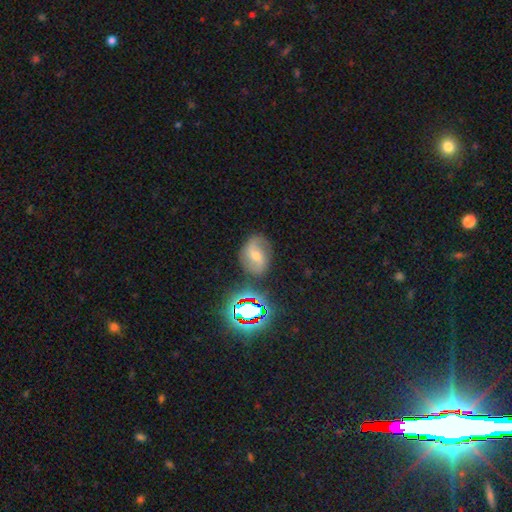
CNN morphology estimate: Smooth or featured: featured or disk — 57% (smooth — 26%)
Edge-on disk: no — 96% (yes — 4%)
Bar: weak — 42% (no — 32%)
Spiral arms: yes — 84% (no — 16%)
Bulge size: moderate — 51% (small — 44%)
Merging: none — 72% (minor disturbance — 17%)